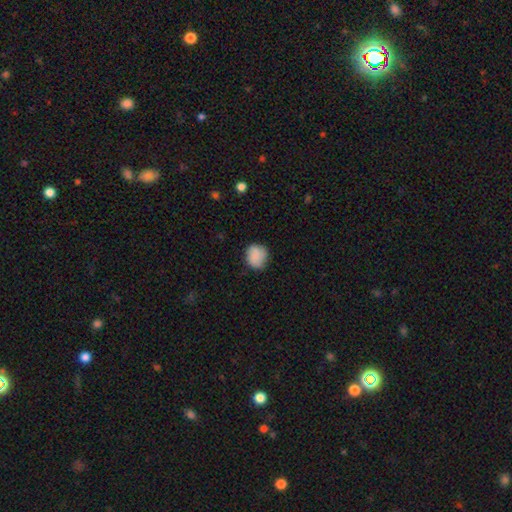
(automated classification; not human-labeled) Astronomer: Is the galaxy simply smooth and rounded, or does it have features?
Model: smooth — 82%.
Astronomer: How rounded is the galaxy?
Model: round — 72%.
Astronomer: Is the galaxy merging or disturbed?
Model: none — 69%.